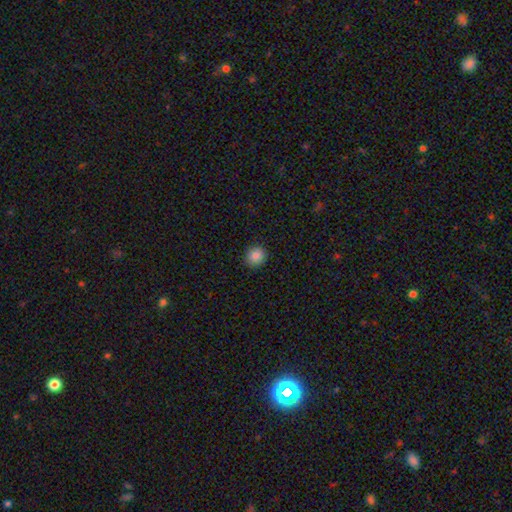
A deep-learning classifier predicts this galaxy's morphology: Smooth or featured? Predicted: smooth (p=0.85). How rounded? Predicted: round (p=0.90). Merging? Predicted: none (p=0.91).